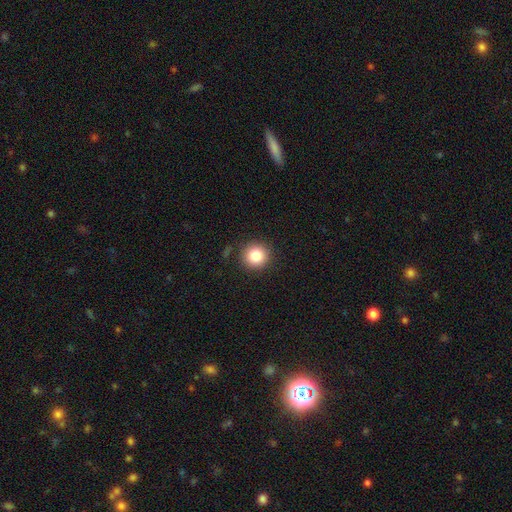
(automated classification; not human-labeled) A smooth galaxy with no disk features (83%) that is round (94%).

Vote fractions:
- Smooth or featured? smooth: 83% / star or artifact: 11% / featured or disk: 6%
- How rounded? round: 94% / in between: 5% / cigar-shaped: 1%
- Merging? none: 89% / minor disturbance: 7% / major disturbance: 2% / merger: 2%